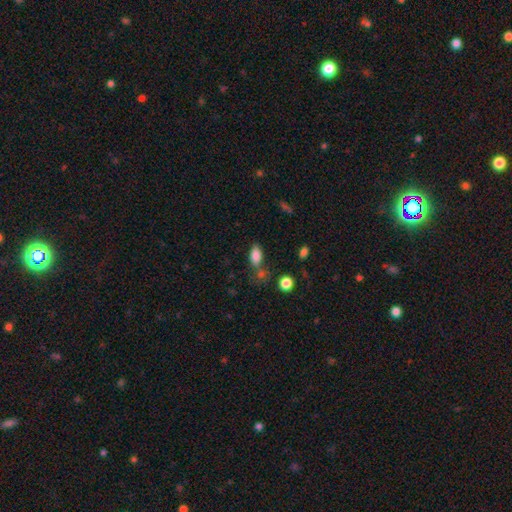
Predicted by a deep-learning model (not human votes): A smooth galaxy with no disk features (84%) that is in between round and cigar-shaped (89%). Merging: none (61%).